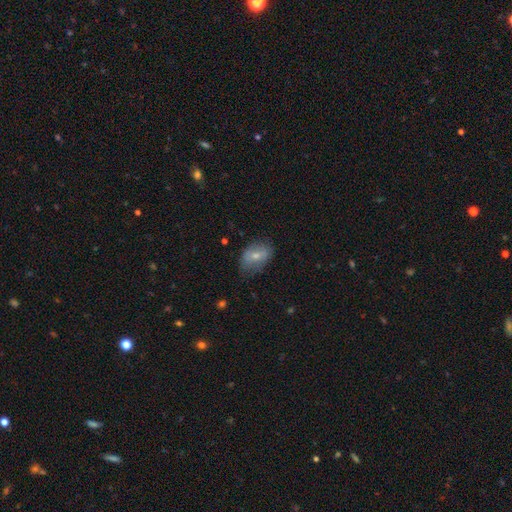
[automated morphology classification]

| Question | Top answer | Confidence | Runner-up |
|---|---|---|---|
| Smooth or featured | smooth | 62% | featured or disk (30%) |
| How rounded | in between | 83% | round (15%) |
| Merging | none | 62% | minor disturbance (27%) |